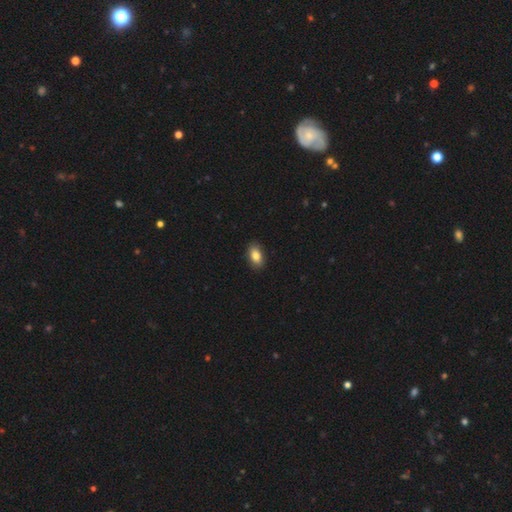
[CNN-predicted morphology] This is clearly a smooth galaxy (84%). How rounded: clearly in between (90%). Merging: clearly none (89%).